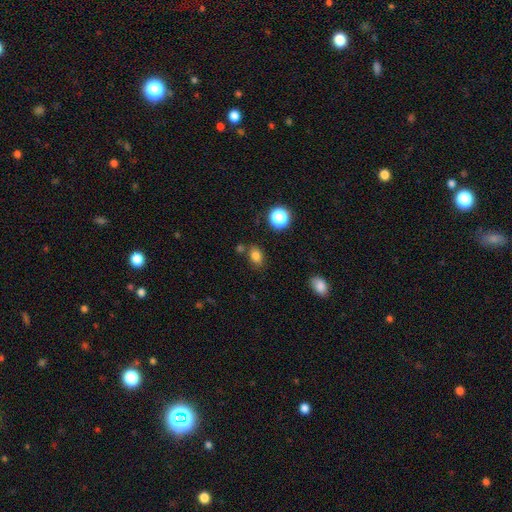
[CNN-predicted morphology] This is likely a smooth galaxy (79%). How rounded: likely in between (70%). Merging: likely none (71%).